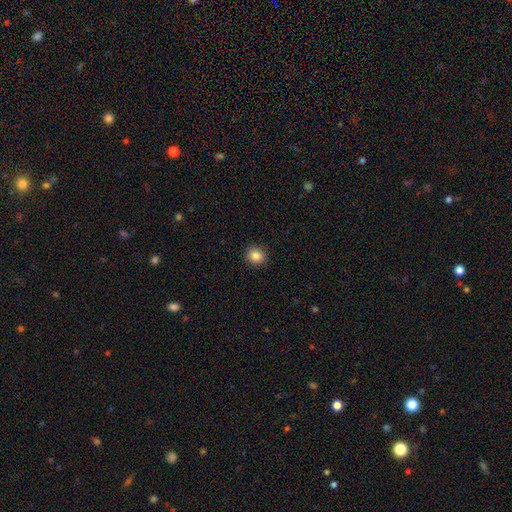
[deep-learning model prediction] Smooth or featured? Predicted: smooth (p=0.86). How rounded? Predicted: round (p=0.86). Merging? Predicted: none (p=0.91).